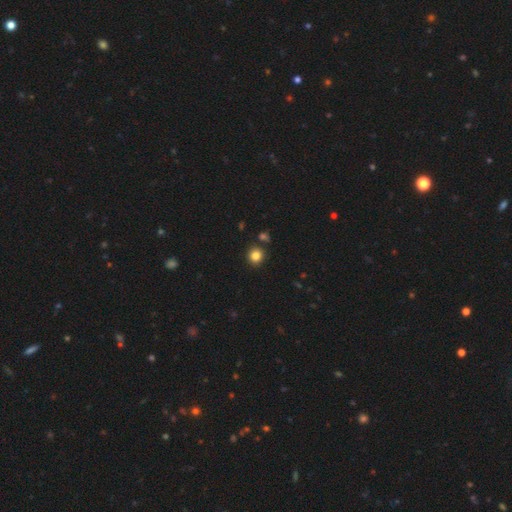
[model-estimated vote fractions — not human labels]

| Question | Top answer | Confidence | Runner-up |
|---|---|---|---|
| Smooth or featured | smooth | 83% | star or artifact (12%) |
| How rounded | round | 88% | in between (11%) |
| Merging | none | 85% | minor disturbance (7%) |